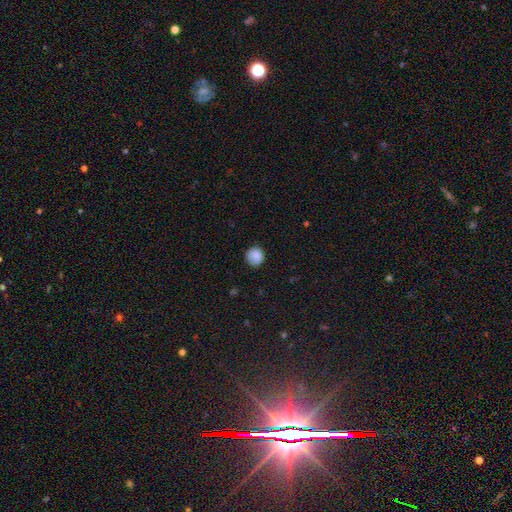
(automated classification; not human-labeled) smooth 85%, star or artifact 9%, featured or disk 6%. Down the decision tree: how rounded — round (88%); merging — none (81%).